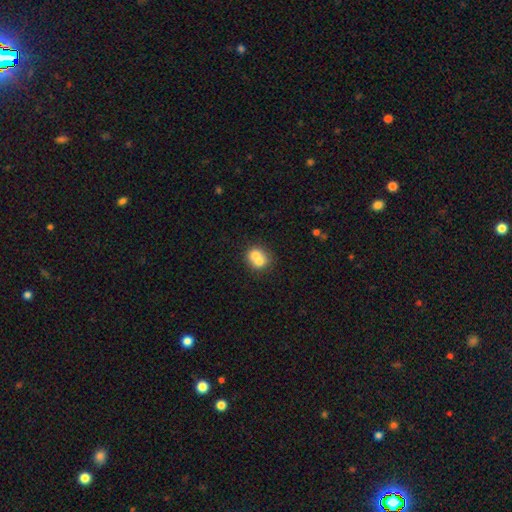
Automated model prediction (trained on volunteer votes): A smooth galaxy with no disk features (67%) that is round (72%). Merging: merger (63%).